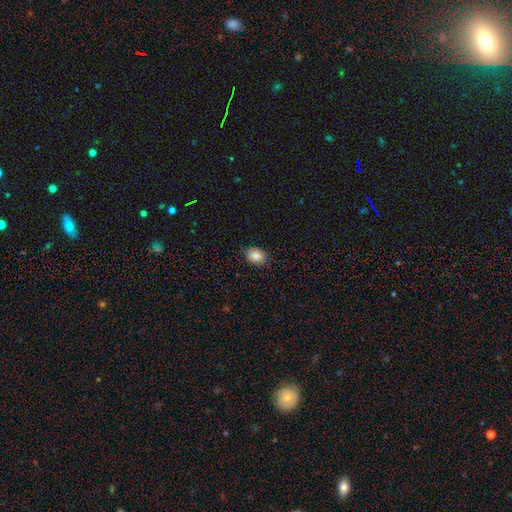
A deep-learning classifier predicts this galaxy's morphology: A smooth galaxy with no disk features (84%) that is in between round and cigar-shaped (53%).

Vote fractions:
- Smooth or featured? smooth: 84% / star or artifact: 9% / featured or disk: 6%
- How rounded? in between: 53% / round: 46% / cigar-shaped: 1%
- Merging? none: 81% / minor disturbance: 15% / major disturbance: 3% / merger: 1%